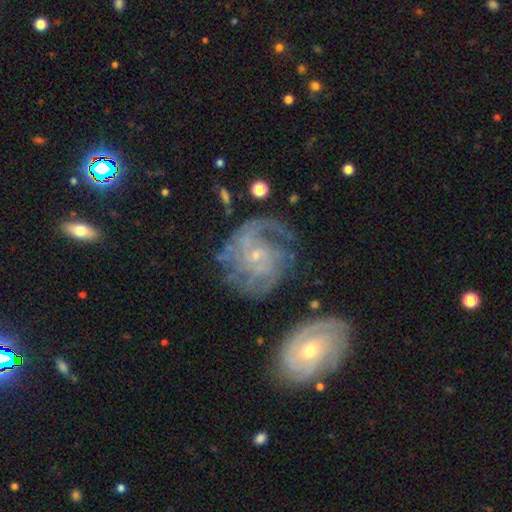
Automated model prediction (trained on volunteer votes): Smooth or featured? featured or disk (83%)
Edge-on disk? no (97%)
Bar? no (65%)
Spiral arms? yes (93%)
Spiral winding? tight (47%)
Spiral arm count? can't tell (32%)
Bulge size? small (79%)
Merging? none (54%)